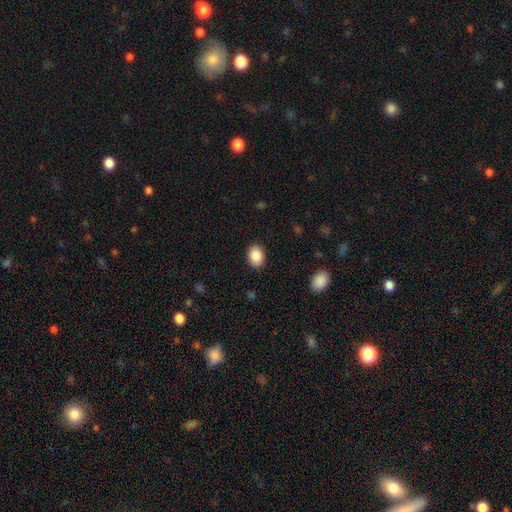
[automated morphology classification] Smooth or featured: smooth — 88% (star or artifact — 8%)
How rounded: in between — 77% (round — 22%)
Merging: none — 89% (minor disturbance — 8%)